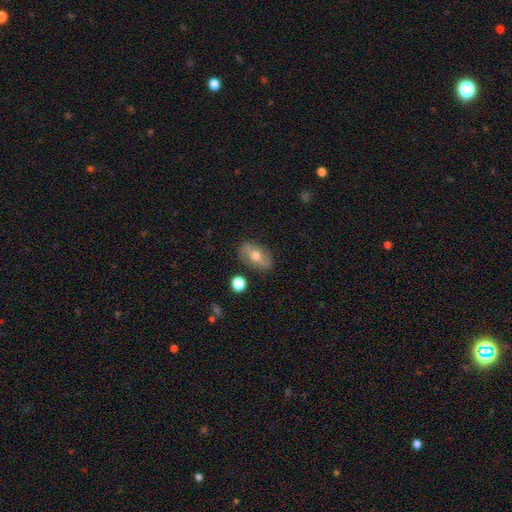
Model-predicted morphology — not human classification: This is possibly a smooth galaxy (46%). Merging: clearly none (83%).